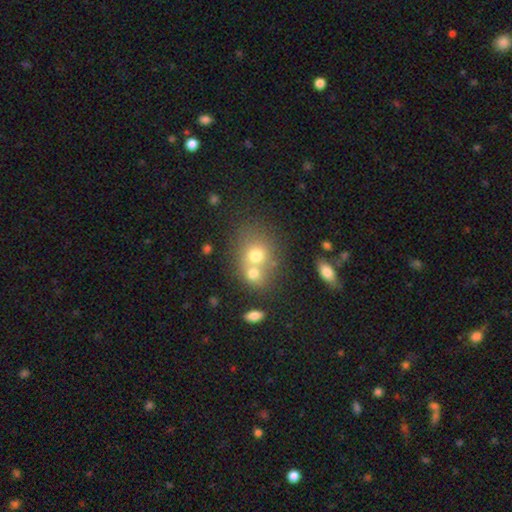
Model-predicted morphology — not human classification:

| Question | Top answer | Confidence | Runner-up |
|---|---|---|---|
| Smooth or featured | smooth | 69% | featured or disk (17%) |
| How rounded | round | 66% | in between (33%) |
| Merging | merger | 53% | none (35%) |